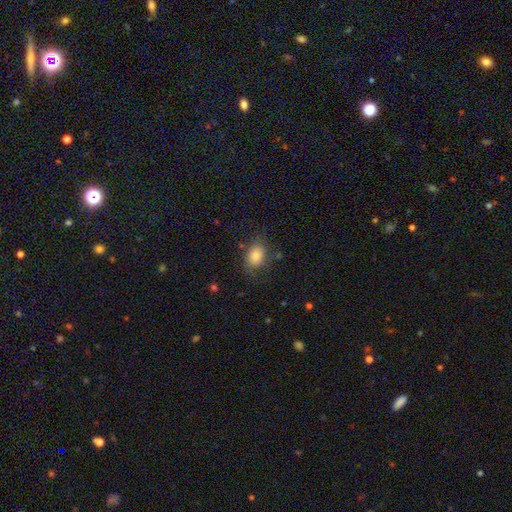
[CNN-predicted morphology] This is clearly a smooth galaxy (82%). How rounded: likely in between (73%). Merging: likely none (72%).